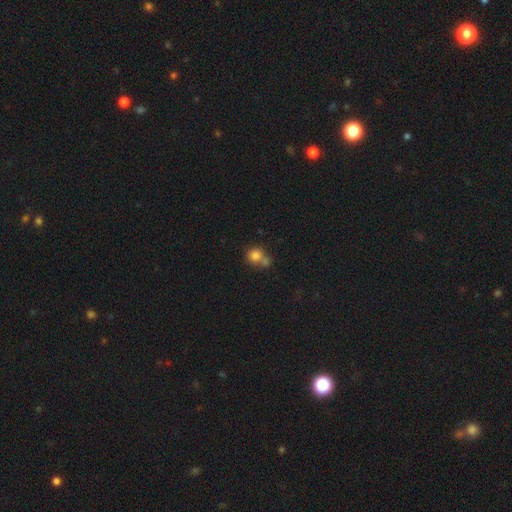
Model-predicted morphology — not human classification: smooth 80%, star or artifact 11%, featured or disk 9%. Down the decision tree: how rounded — round (84%); merging — none (44%).